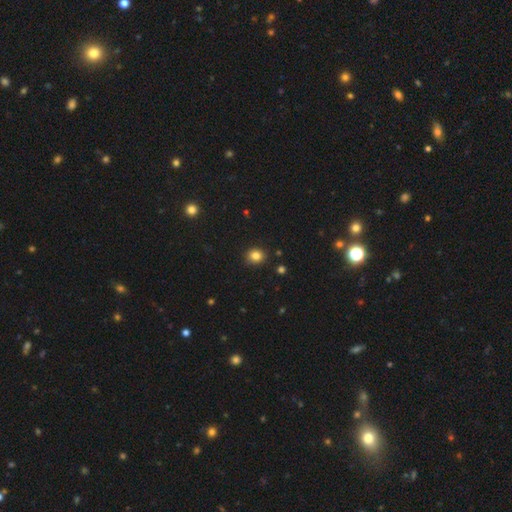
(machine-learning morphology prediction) This is clearly a smooth galaxy (83%). How rounded: likely round (72%). Merging: clearly none (88%).